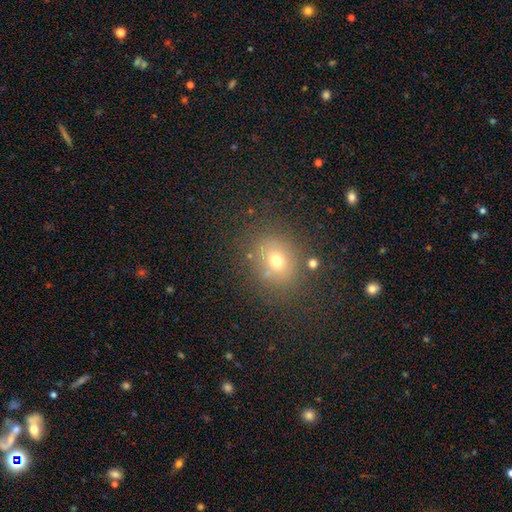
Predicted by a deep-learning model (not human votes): smooth 62%, star or artifact 28%, featured or disk 10%. Down the decision tree: how rounded — round (70%); merging — none (86%).